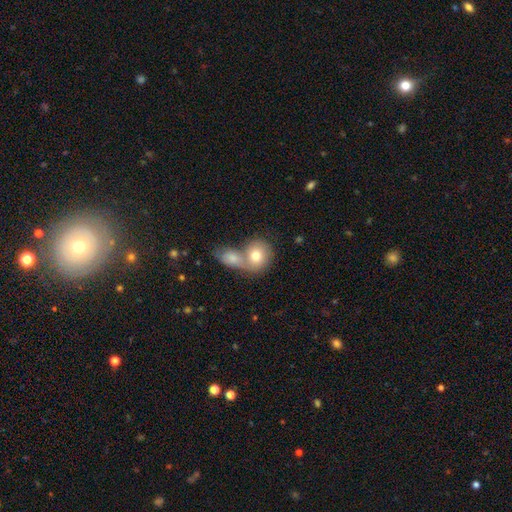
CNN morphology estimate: smooth-or-featured: smooth: 76% | featured or disk: 17% | star or artifact: 7%
  how-rounded: round: 73% | in between: 26% | cigar-shaped: 1%
  merging: merger: 57% | none: 31% | minor disturbance: 8% | major disturbance: 3%